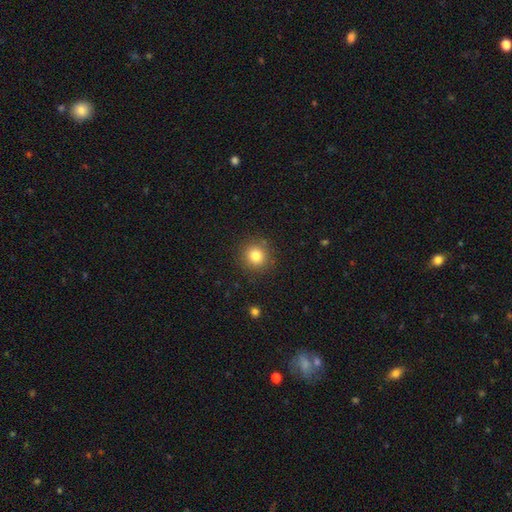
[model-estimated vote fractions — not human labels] Smooth or featured? Predicted: smooth (p=0.82). How rounded? Predicted: round (p=0.91). Merging? Predicted: none (p=0.88).